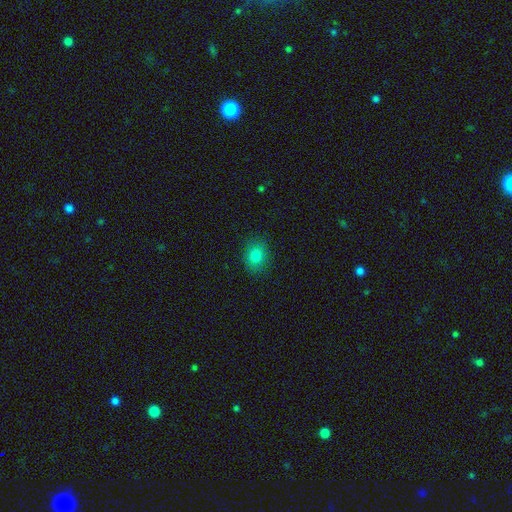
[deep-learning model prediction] A smooth galaxy with no disk features (82%) that is in between round and cigar-shaped (53%). Merging: none (85%).